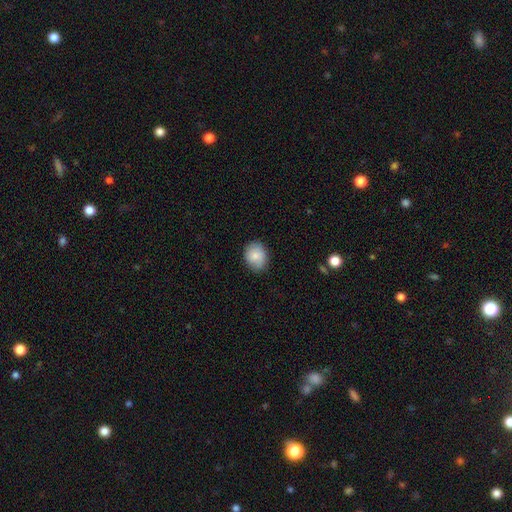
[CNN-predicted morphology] Smooth or featured: smooth — 85% (featured or disk — 8%)
How rounded: round — 55% (in between — 44%)
Merging: none — 83% (minor disturbance — 14%)